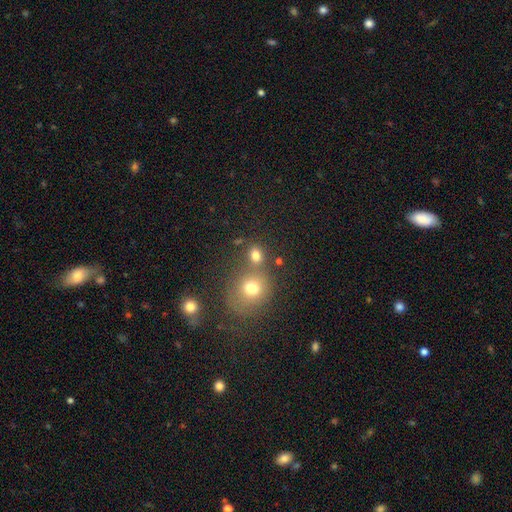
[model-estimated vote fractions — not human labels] smooth_or_featured: smooth (p=0.75) [alt: star or artifact p=0.16]
how_rounded: round (p=0.60) [alt: in between p=0.39]
merging: none (p=0.60) [alt: merger p=0.26]